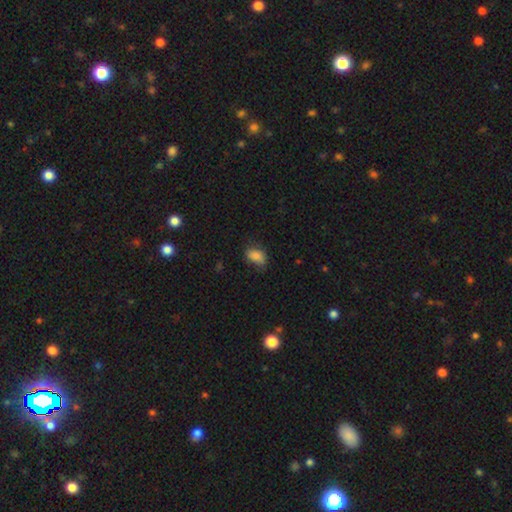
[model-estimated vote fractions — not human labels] A smooth galaxy with no disk features (86%) that is in between round and cigar-shaped (86%).

Vote fractions:
- Smooth or featured? smooth: 86% / star or artifact: 8% / featured or disk: 6%
- How rounded? in between: 86% / round: 12% / cigar-shaped: 2%
- Merging? none: 69% / minor disturbance: 23% / major disturbance: 7% / merger: 1%